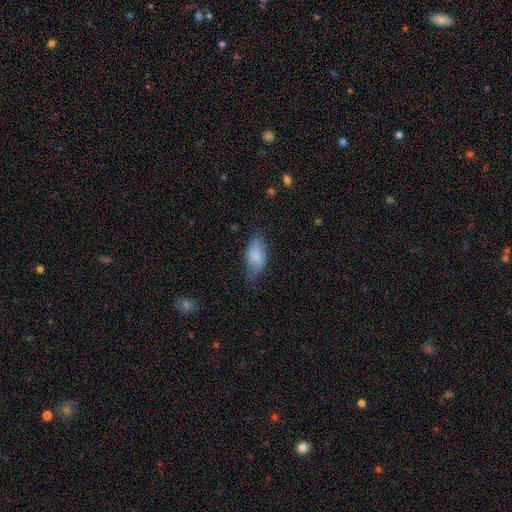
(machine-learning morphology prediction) The model was most divided on "merging": none: 58%, minor disturbance: 31%, major disturbance: 9%, merger: 2%. More confident: how rounded — in between (90%); smooth or featured — smooth (78%).